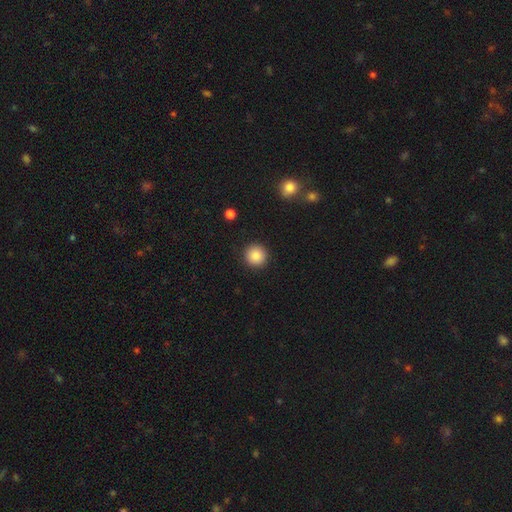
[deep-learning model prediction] A smooth galaxy with no disk features (86%) that is round (95%).

Vote fractions:
- Smooth or featured? smooth: 86% / star or artifact: 9% / featured or disk: 5%
- How rounded? round: 95% / in between: 5% / cigar-shaped: 1%
- Merging? none: 92% / minor disturbance: 5% / major disturbance: 2% / merger: 1%